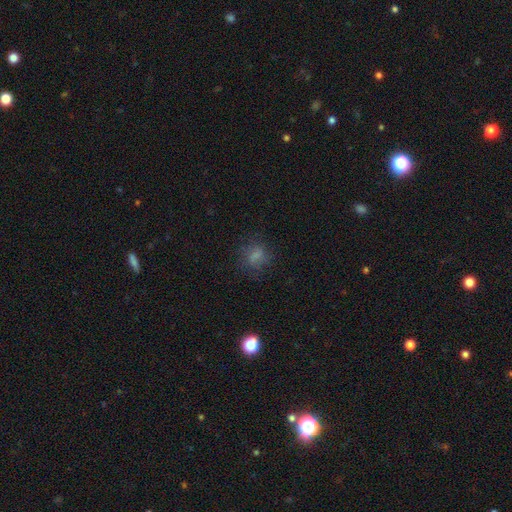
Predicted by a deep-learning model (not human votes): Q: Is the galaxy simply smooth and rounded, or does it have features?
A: smooth — 70%.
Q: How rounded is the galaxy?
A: round — 55%.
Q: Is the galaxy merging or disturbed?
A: none — 69%.